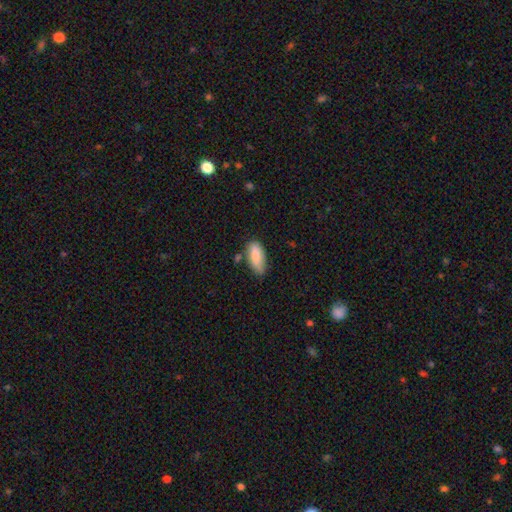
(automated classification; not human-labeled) This is clearly a smooth galaxy (84%). How rounded: clearly in between (85%). Merging: likely none (64%).